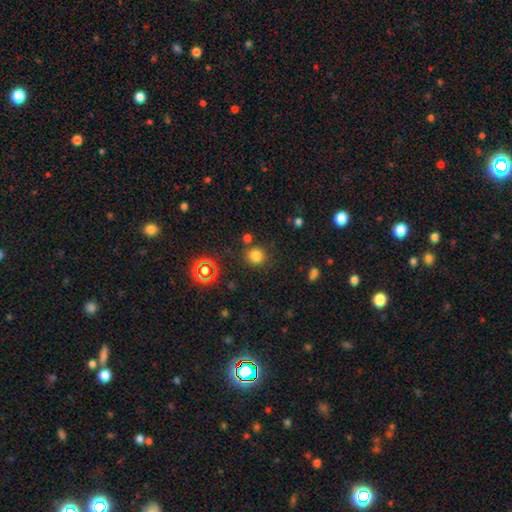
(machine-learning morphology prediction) A smooth galaxy with no disk features (77%) that is round (91%). Merging: none (83%).